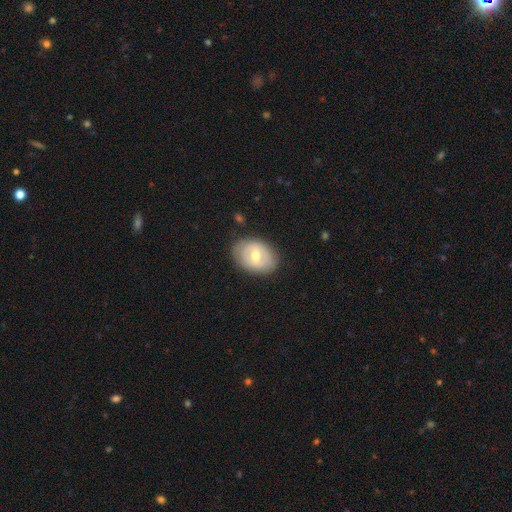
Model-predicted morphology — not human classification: Smooth or featured? featured or disk (50%)
Merging? none (82%)